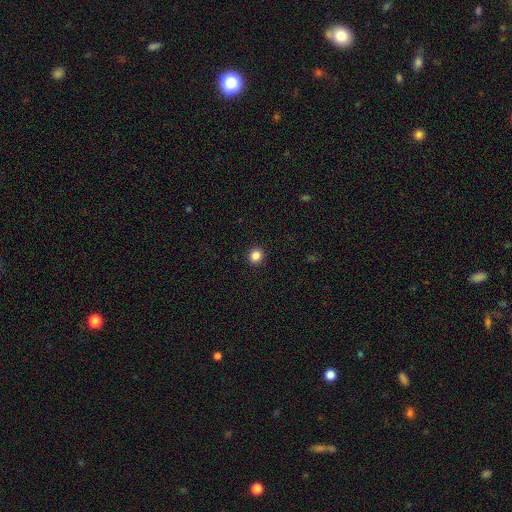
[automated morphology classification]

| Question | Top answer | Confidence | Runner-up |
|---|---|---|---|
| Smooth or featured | smooth | 85% | star or artifact (11%) |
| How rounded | round | 91% | in between (8%) |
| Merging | none | 93% | minor disturbance (4%) |